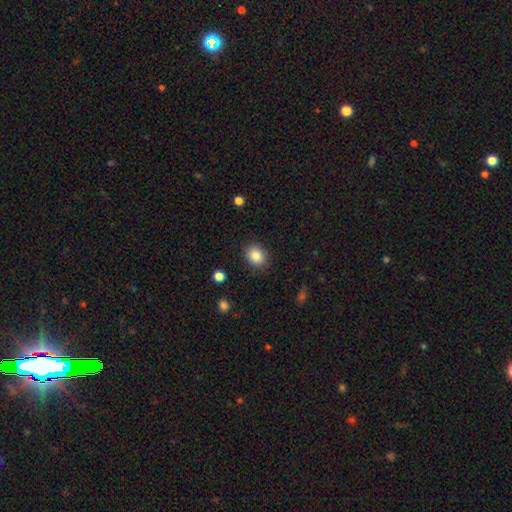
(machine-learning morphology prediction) Smooth or featured?
  - smooth: 86% *
  - star or artifact: 9%
  - featured or disk: 5%
How rounded?
  - round: 60% *
  - in between: 39%
  - cigar-shaped: 1%
Merging?
  - none: 86% *
  - minor disturbance: 10%
  - major disturbance: 3%
  - merger: 1%